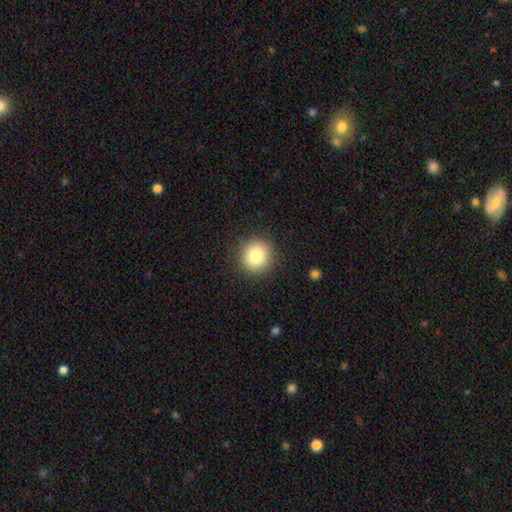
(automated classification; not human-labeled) Smooth or featured: smooth — 83% (star or artifact — 10%)
How rounded: round — 91% (in between — 8%)
Merging: none — 90% (minor disturbance — 7%)